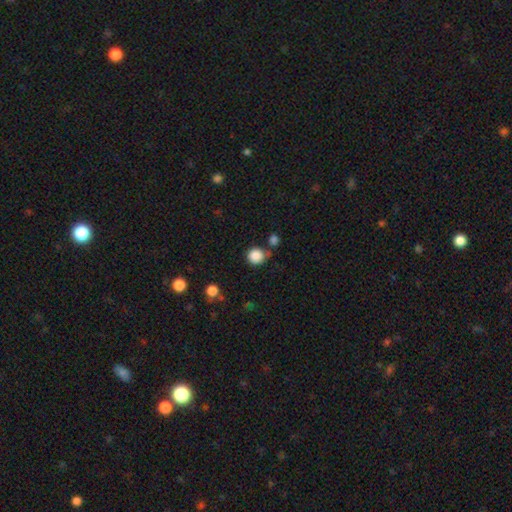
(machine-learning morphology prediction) Smooth or featured?
  - smooth: 87% *
  - star or artifact: 9%
  - featured or disk: 4%
How rounded?
  - round: 90% *
  - in between: 9%
  - cigar-shaped: 1%
Merging?
  - none: 68% *
  - minor disturbance: 14%
  - merger: 13%
  - major disturbance: 5%